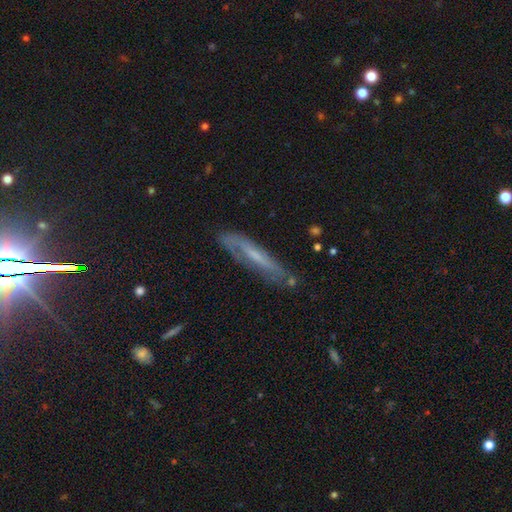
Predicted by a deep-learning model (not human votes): This is possibly a featured or disk galaxy (58%). It is possibly viewed edge-on (54%). Merging: likely none (67%).